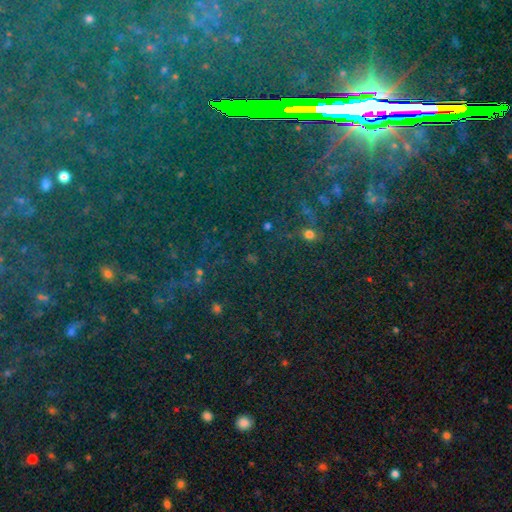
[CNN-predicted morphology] A star or artifact, not a galaxy (85%).

Vote fractions:
- Smooth or featured? star or artifact: 85% / featured or disk: 8% / smooth: 8%